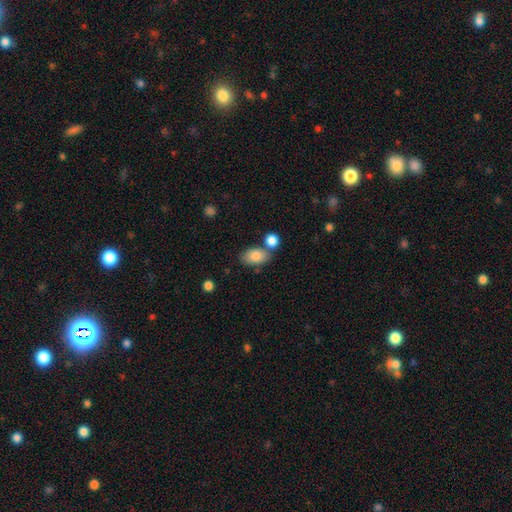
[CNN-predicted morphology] type=smooth (84%); roundness=in between (90%); merging=none (63%).